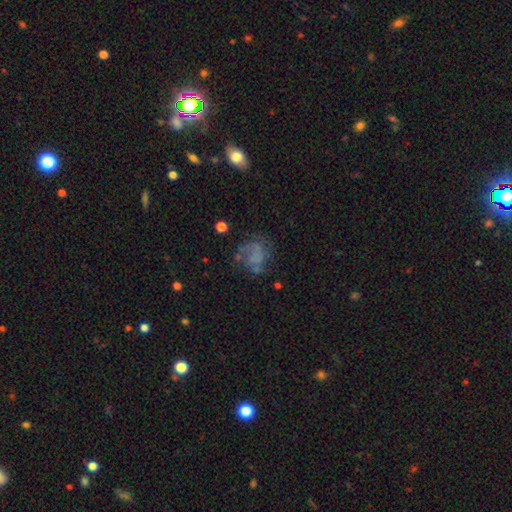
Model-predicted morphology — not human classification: The model was most divided on "smooth or featured": featured or disk: 45%, smooth: 38%, star or artifact: 17%. Remaining: merging — none (44%).